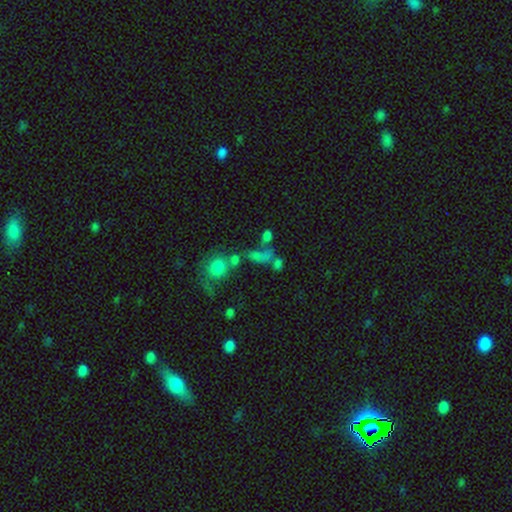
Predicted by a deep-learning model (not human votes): smooth 62%, star or artifact 20%, featured or disk 18%. Down the decision tree: how rounded — in between (56%); merging — merger (42%).